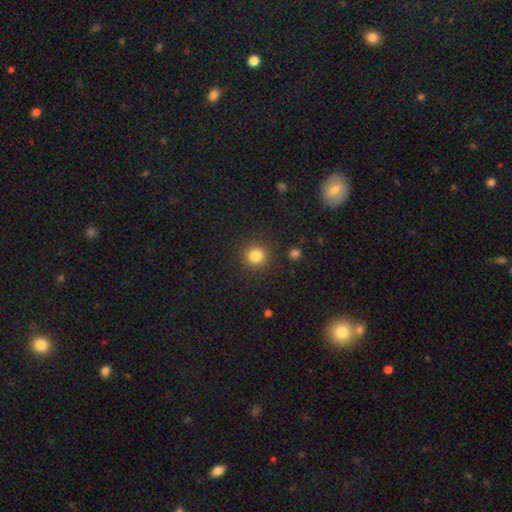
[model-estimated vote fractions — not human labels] Morphology: type=smooth (83%); roundness=round (92%); merging=none (89%).